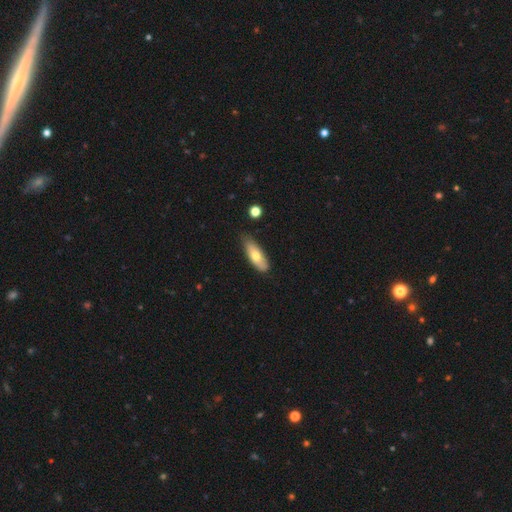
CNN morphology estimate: type=smooth (66%); roundness=in between (66%); merging=none (73%).